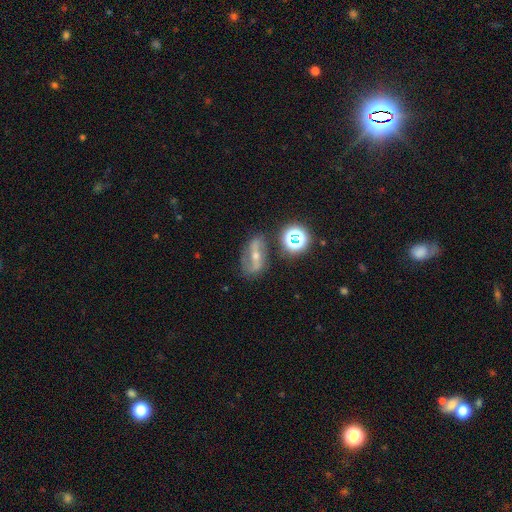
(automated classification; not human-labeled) A featured or disk galaxy (69%) with a strong bar (47%), 2 (86%) loose (40%) spiral arms (82%) and a small central bulge (50%).

Vote fractions:
- Smooth or featured? featured or disk: 69% / star or artifact: 17% / smooth: 15%
- Edge-on disk? no: 92% / yes: 8%
- Bar? strong: 47% / weak: 31% / no: 22%
- Spiral arms? yes: 82% / no: 18%
- Spiral winding? loose: 40% / medium: 38% / tight: 22%
- Spiral arm count? 2: 86% / can't tell: 7% / 1: 3% / 3: 1% / 4: 1% / more than 4: 1%
- Bulge size? small: 50% / moderate: 45% / large: 2% / none: 2% / dominant: 1%
- Merging? none: 75% / minor disturbance: 14% / major disturbance: 6% / merger: 5%